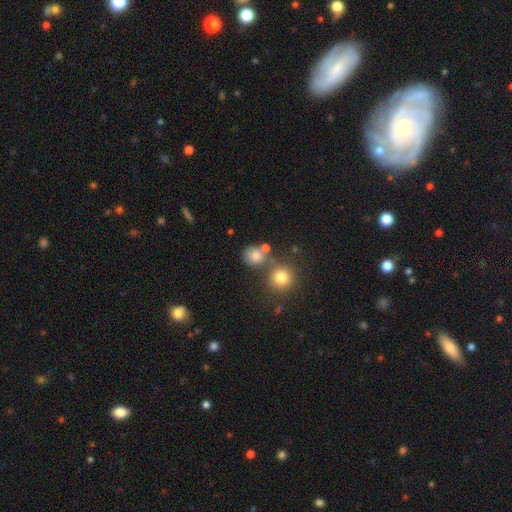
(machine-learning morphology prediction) Q: Smooth or featured?
A: smooth (77%); runner-up: star or artifact (14%)
Q: How rounded?
A: round (80%); runner-up: in between (18%)
Q: Merging?
A: none (56%); runner-up: merger (25%)